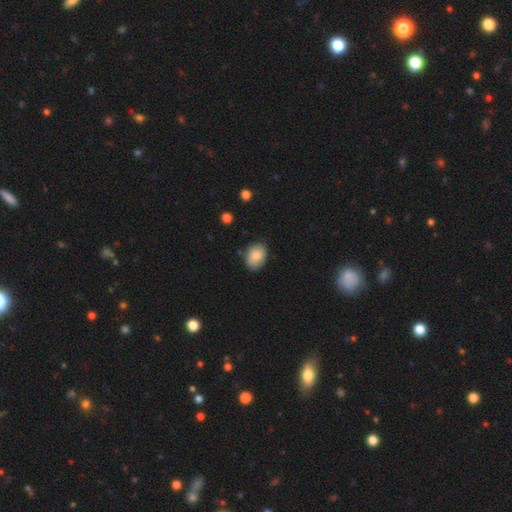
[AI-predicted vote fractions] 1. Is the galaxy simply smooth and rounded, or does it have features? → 84% smooth, 9% featured or disk, 7% star or artifact.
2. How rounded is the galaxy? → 73% in between, 26% round, 1% cigar-shaped.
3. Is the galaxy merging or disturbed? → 79% none, 17% minor disturbance, 3% major disturbance, 2% merger.